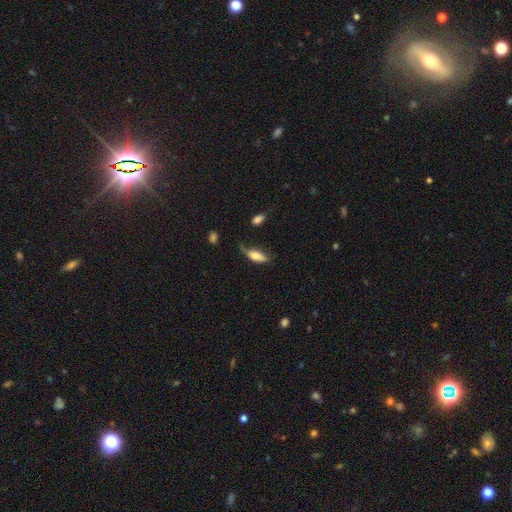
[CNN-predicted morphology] smooth_or_featured: smooth (p=0.71) [alt: featured or disk p=0.22]
how_rounded: in between (p=0.75) [alt: cigar-shaped p=0.22]
merging: none (p=0.44) [alt: minor disturbance p=0.35]